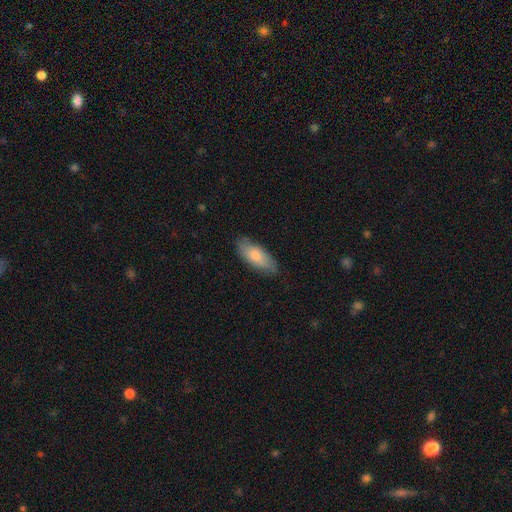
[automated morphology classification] Q: Smooth or featured?
A: smooth (78%); runner-up: featured or disk (17%)
Q: How rounded?
A: in between (78%); runner-up: cigar-shaped (20%)
Q: Merging?
A: none (79%); runner-up: minor disturbance (17%)